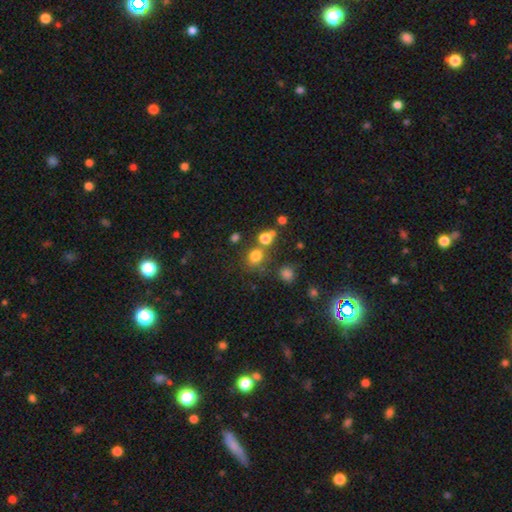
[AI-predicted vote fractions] Smooth or featured? Predicted: smooth (p=0.74). How rounded? Predicted: round (p=0.76). Merging? Predicted: none (p=0.66).